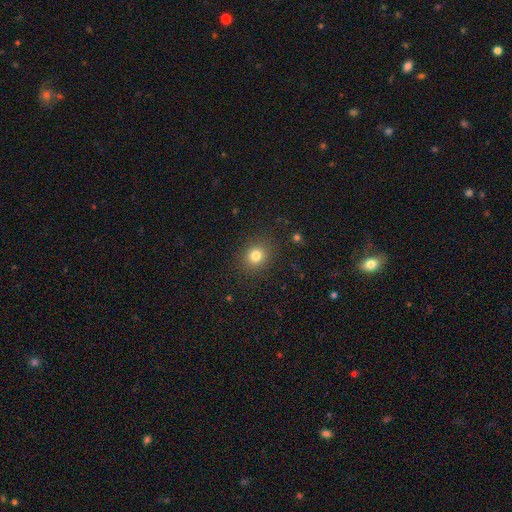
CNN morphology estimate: smooth-or-featured: smooth: 80% | star or artifact: 13% | featured or disk: 6%
  how-rounded: round: 81% | in between: 18% | cigar-shaped: 1%
  merging: none: 88% | minor disturbance: 8% | major disturbance: 3% | merger: 1%